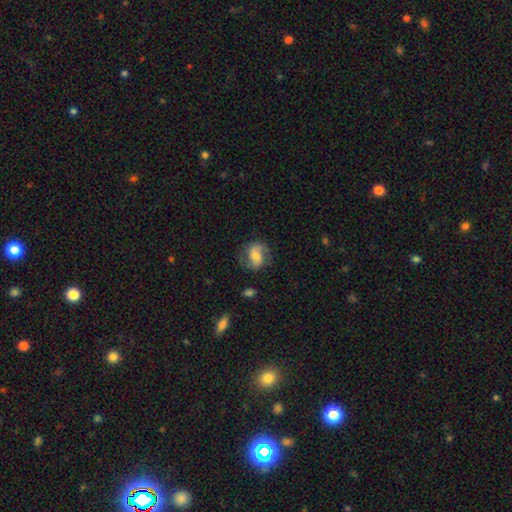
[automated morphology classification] smooth_or_featured: featured or disk (p=0.60) [alt: smooth p=0.32]
disk_edge_on: no (p=0.97) [alt: yes p=0.03]
bar: no (p=0.48) [alt: weak p=0.38]
has_spiral_arms: yes (p=0.88) [alt: no p=0.12]
spiral_winding: medium (p=0.45) [alt: loose p=0.36]
spiral_arm_count: 2 (p=0.86) [alt: can't tell p=0.07]
bulge_size: moderate (p=0.49) [alt: small p=0.38]
merging: none (p=0.72) [alt: minor disturbance p=0.18]